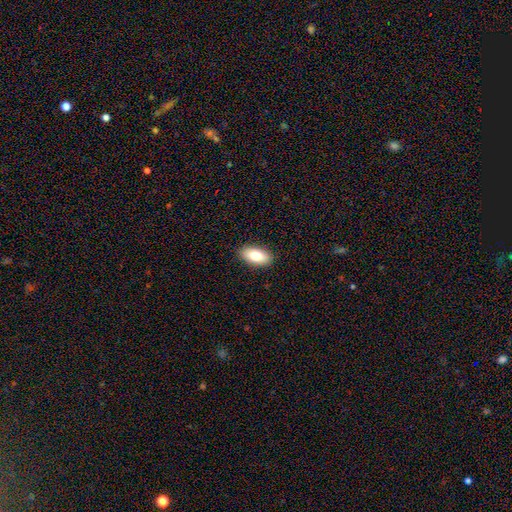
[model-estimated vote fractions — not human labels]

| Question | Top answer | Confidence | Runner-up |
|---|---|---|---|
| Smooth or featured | smooth | 81% | featured or disk (12%) |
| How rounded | in between | 92% | cigar-shaped (5%) |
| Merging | none | 90% | minor disturbance (8%) |